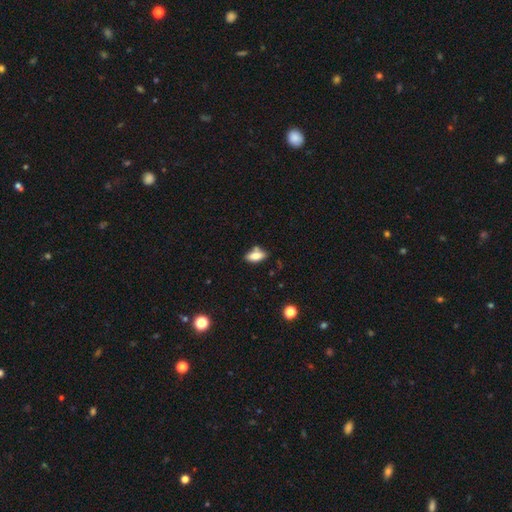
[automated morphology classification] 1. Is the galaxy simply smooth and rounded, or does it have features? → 76% smooth, 16% featured or disk, 8% star or artifact.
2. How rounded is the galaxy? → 84% in between, 13% cigar-shaped, 3% round.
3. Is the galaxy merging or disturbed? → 64% none, 18% minor disturbance, 13% merger, 4% major disturbance.